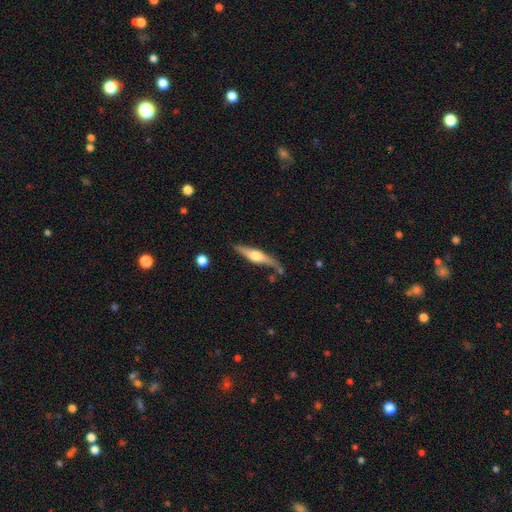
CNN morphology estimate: smooth_or_featured: featured or disk (p=0.67) [alt: smooth p=0.28]
disk_edge_on: yes (p=0.95) [alt: no p=0.05]
edge_on_bulge: rounded (p=0.92) [alt: boxy p=0.05]
merging: none (p=0.72) [alt: minor disturbance p=0.18]